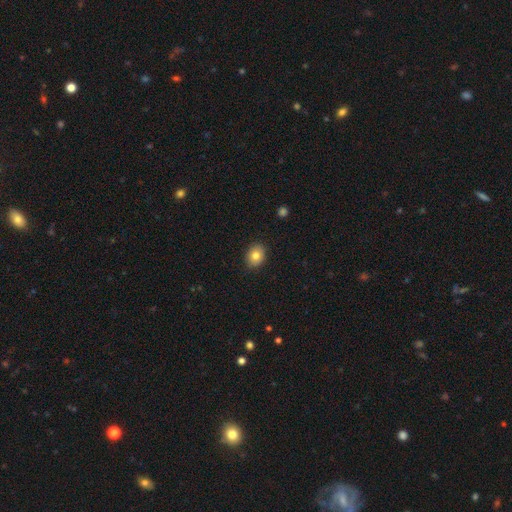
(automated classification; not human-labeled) This appears to be a smooth galaxy with no disk features (81%) that is in between round and cigar-shaped (56%). Merging: none (89%).